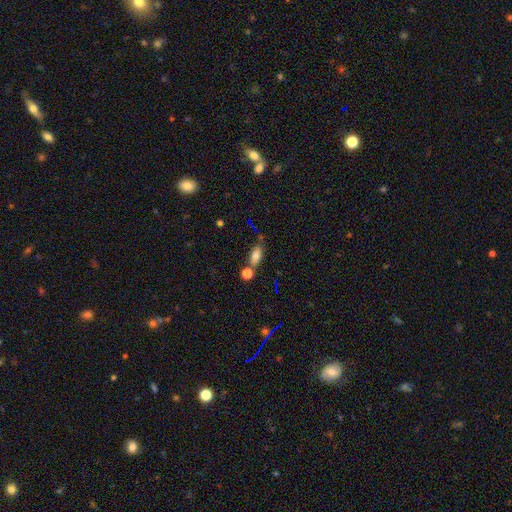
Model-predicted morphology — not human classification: smooth-or-featured: smooth: 73% | featured or disk: 16% | star or artifact: 11%
  how-rounded: in between: 79% | cigar-shaped: 14% | round: 7%
  merging: none: 60% | merger: 22% | minor disturbance: 14% | major disturbance: 5%